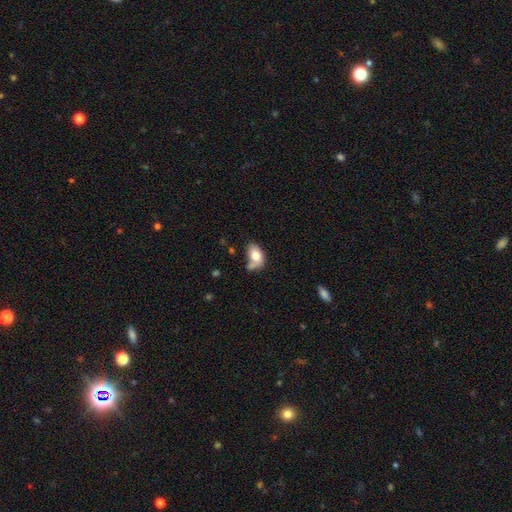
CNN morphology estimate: type=smooth (75%); roundness=in between (87%); merging=none (36%).